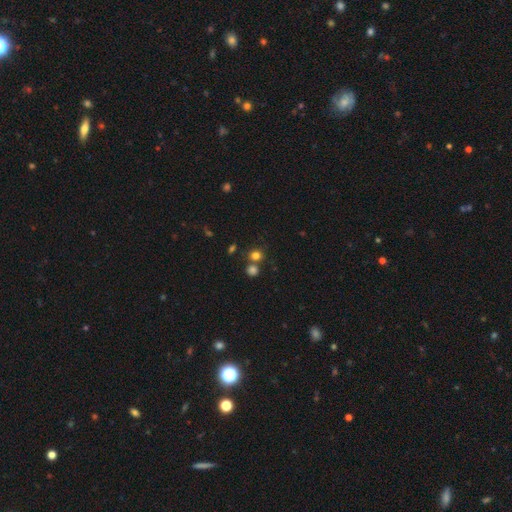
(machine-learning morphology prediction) smooth-or-featured: smooth: 77% | star or artifact: 17% | featured or disk: 7%
  how-rounded: round: 81% | in between: 18% | cigar-shaped: 1%
  merging: none: 65% | merger: 22% | minor disturbance: 9% | major disturbance: 4%